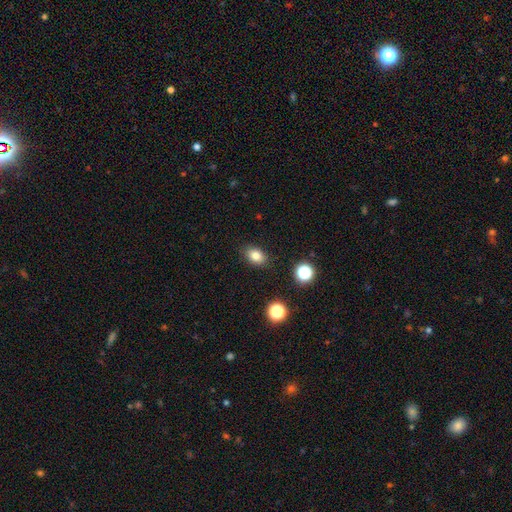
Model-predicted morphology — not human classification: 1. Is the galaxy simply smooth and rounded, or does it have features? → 81% smooth, 12% star or artifact, 7% featured or disk.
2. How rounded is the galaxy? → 76% in between, 23% round, 1% cigar-shaped.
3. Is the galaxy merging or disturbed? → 87% none, 9% minor disturbance, 2% major disturbance, 1% merger.